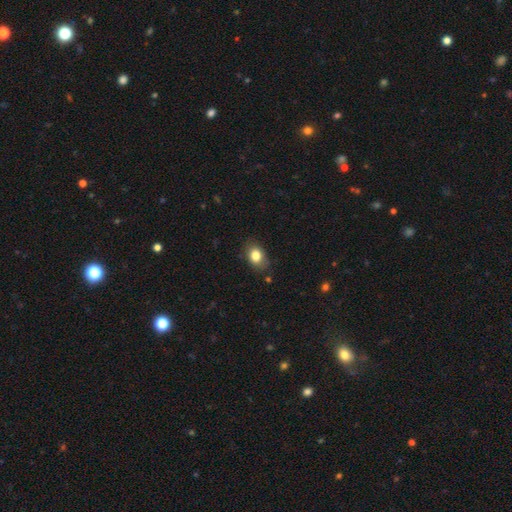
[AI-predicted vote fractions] Morphology: type=smooth (82%); roundness=in between (75%); merging=none (80%).